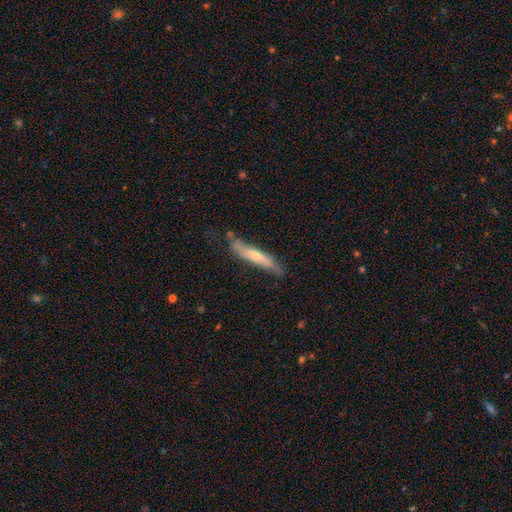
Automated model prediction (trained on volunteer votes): Overall: featured or disk (47%, tied with smooth). Merging: none (66%).